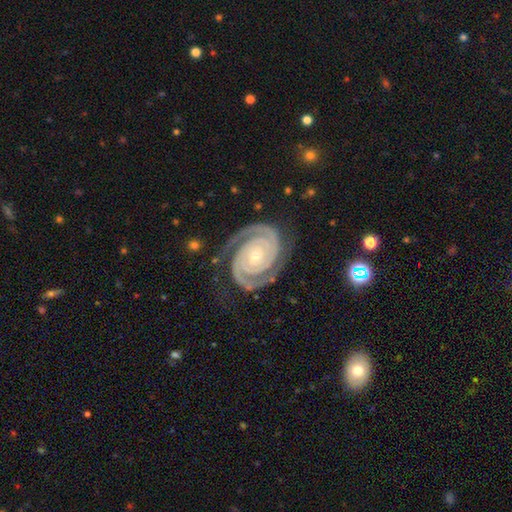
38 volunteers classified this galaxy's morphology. This appears to be a featured or disk galaxy (95%) with no bar (67%), 2 (92%) tight (78%) spiral arms (100%) and a small central bulge (50%). Merging: none (97%).